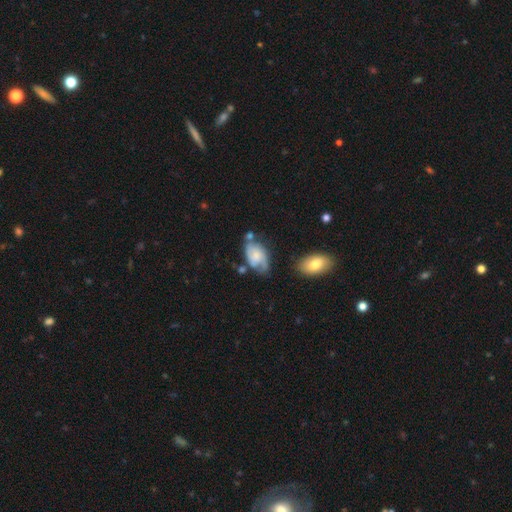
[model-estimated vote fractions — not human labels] The model was most divided on "bulge size": small: 42%, moderate: 26%, none: 22%, large: 7%, dominant: 2%. Remaining: edge-on disk — no (96%); spiral arms — yes (86%); bar — no (64%); smooth or featured — featured or disk (60%); merging — none (46%).